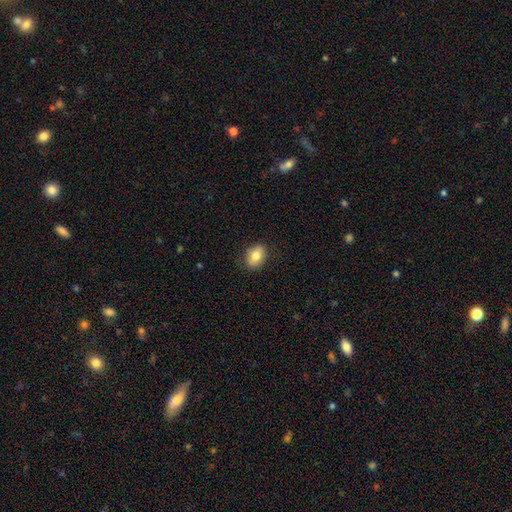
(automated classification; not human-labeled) Smooth or featured? Predicted: smooth (p=0.79). How rounded? Predicted: in between (p=0.72). Merging? Predicted: none (p=0.86).